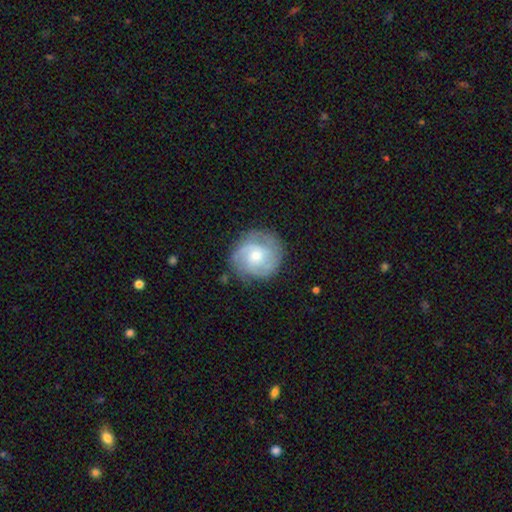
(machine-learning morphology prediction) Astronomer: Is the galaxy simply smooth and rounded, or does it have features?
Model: featured or disk — 73%.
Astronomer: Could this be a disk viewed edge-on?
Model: no — 98%.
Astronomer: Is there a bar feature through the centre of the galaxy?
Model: no — 70%.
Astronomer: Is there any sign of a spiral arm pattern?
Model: yes — 92%.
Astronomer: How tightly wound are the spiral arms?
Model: tight — 56% (runner-up: medium, 35%).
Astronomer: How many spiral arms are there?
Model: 2 — 36% (runner-up: can't tell, 26%).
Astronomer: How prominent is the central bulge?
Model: moderate — 51% (runner-up: small, 43%).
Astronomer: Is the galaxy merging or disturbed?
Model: none — 78%.